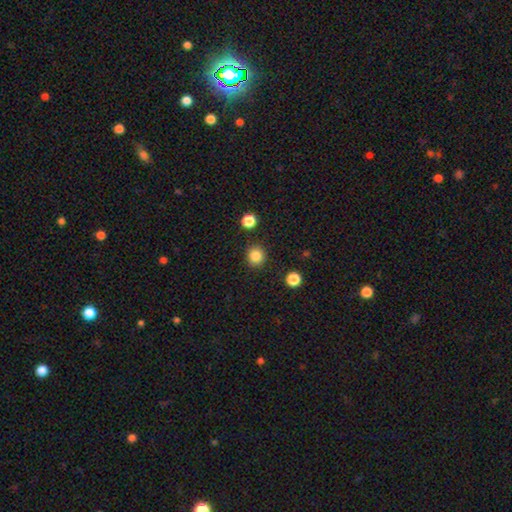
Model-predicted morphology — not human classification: The model was most divided on "smooth or featured": smooth: 84%, star or artifact: 11%, featured or disk: 4%. More confident: how rounded — round (90%); merging — none (89%).